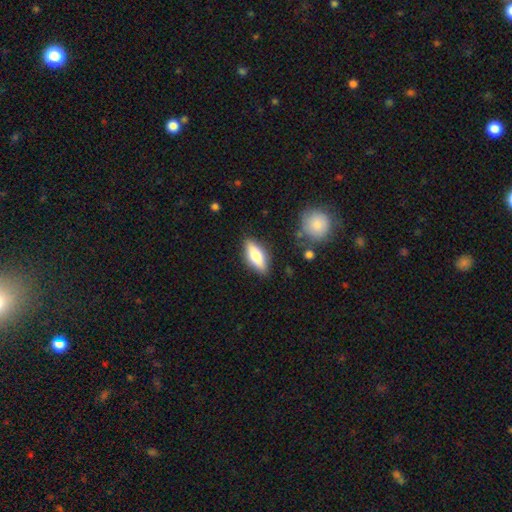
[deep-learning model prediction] Smooth or featured: smooth — 64% (featured or disk — 29%)
How rounded: in between — 66% (cigar-shaped — 32%)
Merging: none — 84% (minor disturbance — 11%)